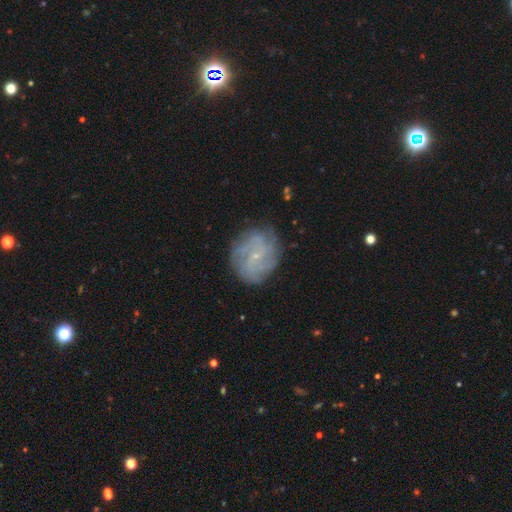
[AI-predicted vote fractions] A featured or disk galaxy (73%) with no bar (66%), tight (54%) spiral arms (90%) and a small central bulge (83%).

Vote fractions:
- Smooth or featured? featured or disk: 73% / smooth: 18% / star or artifact: 9%
- Edge-on disk? no: 97% / yes: 3%
- Bar? no: 66% / weak: 30% / strong: 5%
- Spiral arms? yes: 90% / no: 10%
- Spiral winding? tight: 54% / medium: 33% / loose: 13%
- Spiral arm count? can't tell: 38% / 4: 21% / 3: 13% / more than 4: 11% / 2: 10% / 1: 7%
- Bulge size? small: 83% / moderate: 11% / none: 4% / large: 1% / dominant: 1%
- Merging? none: 79% / minor disturbance: 14% / major disturbance: 5% / merger: 1%